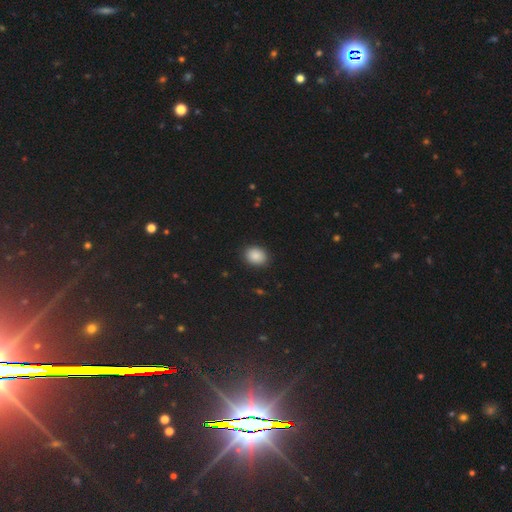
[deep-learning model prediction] Q: Smooth or featured?
A: smooth (88%); runner-up: star or artifact (9%)
Q: How rounded?
A: in between (57%); runner-up: round (42%)
Q: Merging?
A: none (90%); runner-up: minor disturbance (7%)